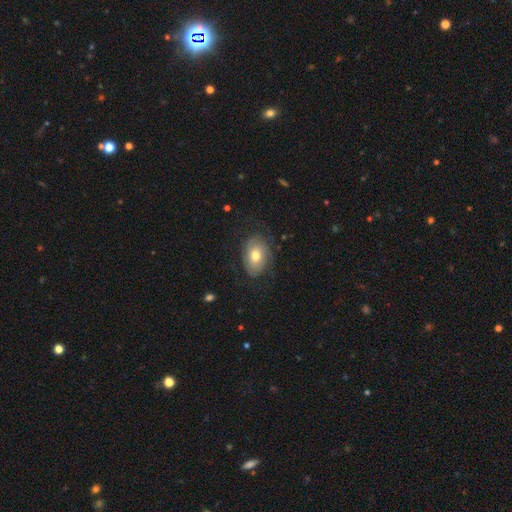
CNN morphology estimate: Smooth or featured? Predicted: smooth (p=0.55). How rounded? Predicted: in between (p=0.83). Merging? Predicted: none (p=0.69).